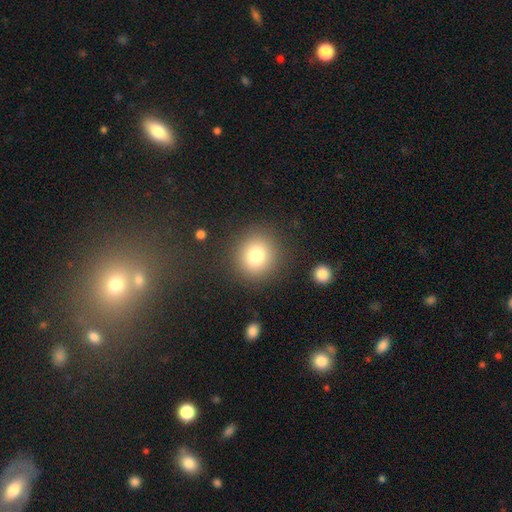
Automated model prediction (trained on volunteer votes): Smooth or featured?
  - smooth: 80% *
  - star or artifact: 11%
  - featured or disk: 9%
How rounded?
  - round: 89% *
  - in between: 10%
  - cigar-shaped: 1%
Merging?
  - none: 87% *
  - minor disturbance: 7%
  - major disturbance: 4%
  - merger: 2%